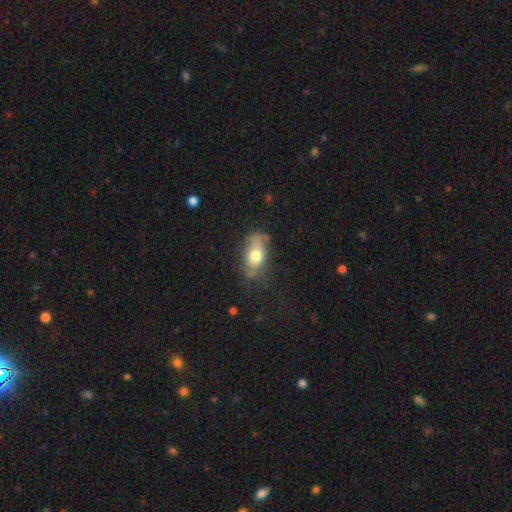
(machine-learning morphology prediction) type=smooth (69%); roundness=in between (84%); merging=none (54%).